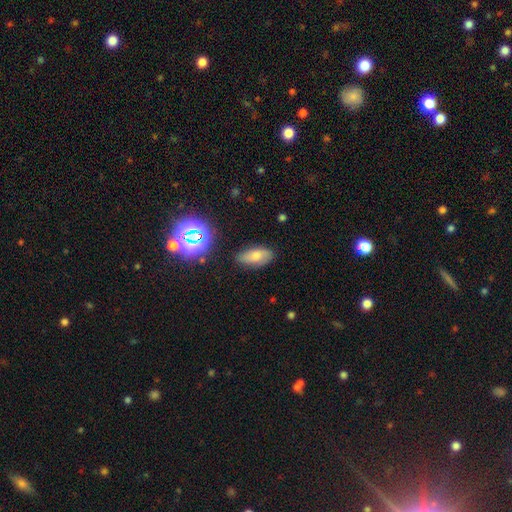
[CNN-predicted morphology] Smooth or featured? smooth (68%)
How rounded? in between (88%)
Merging? none (78%)